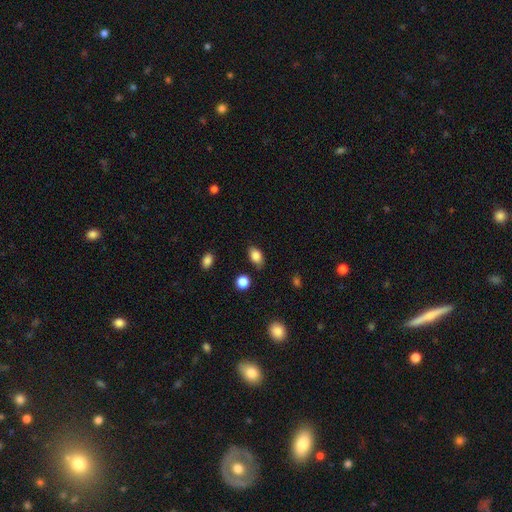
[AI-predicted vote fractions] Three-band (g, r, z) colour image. It shows a smooth galaxy with no disk features (85%) that is in between round and cigar-shaped (84%). Merging: none (75%).